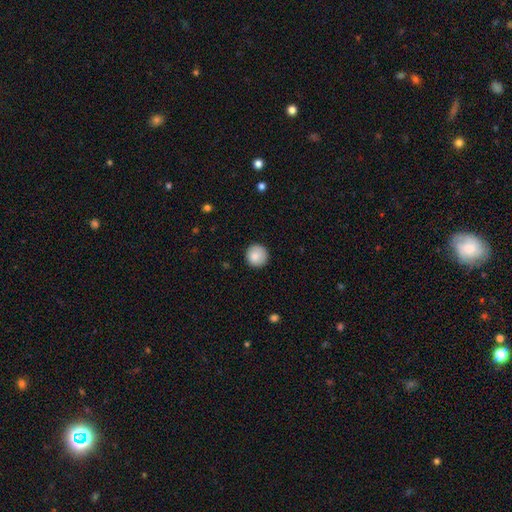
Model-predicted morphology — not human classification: Smooth or featured? Predicted: smooth (p=0.87). How rounded? Predicted: round (p=0.95). Merging? Predicted: none (p=0.89).